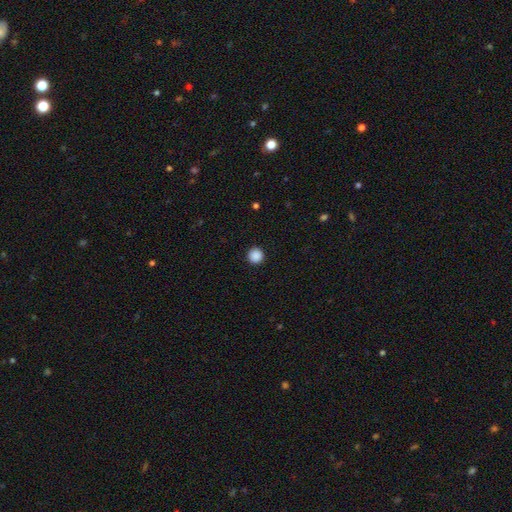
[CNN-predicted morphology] This appears to be a smooth galaxy with no disk features (89%) that is round (96%). Merging: none (93%).